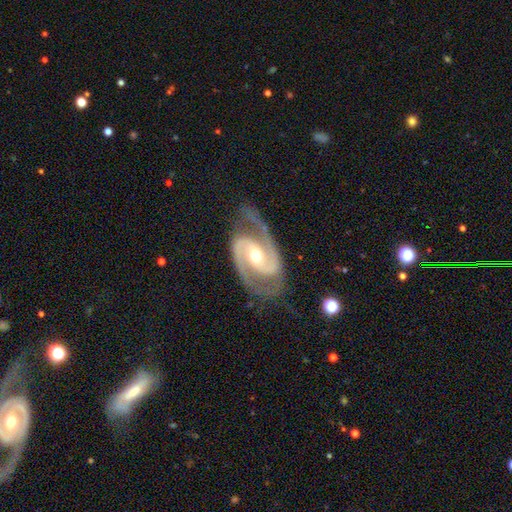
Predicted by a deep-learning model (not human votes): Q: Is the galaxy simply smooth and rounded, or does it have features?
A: featured or disk — 93%.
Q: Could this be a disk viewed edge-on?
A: no — 97%.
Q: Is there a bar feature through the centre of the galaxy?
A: weak — 41%.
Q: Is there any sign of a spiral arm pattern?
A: yes — 98%.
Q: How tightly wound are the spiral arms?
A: medium — 58%.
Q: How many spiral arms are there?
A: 2 — 94%.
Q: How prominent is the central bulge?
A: moderate — 74%.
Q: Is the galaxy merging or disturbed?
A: none — 73%.